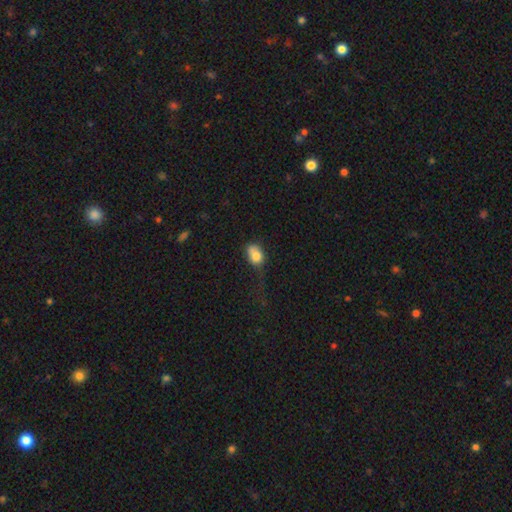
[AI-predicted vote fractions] A smooth galaxy with no disk features (79%) that is in between round and cigar-shaped (71%). Merging: minor disturbance (33%).